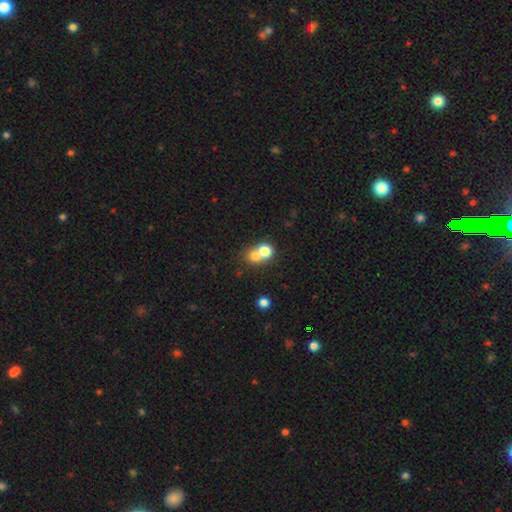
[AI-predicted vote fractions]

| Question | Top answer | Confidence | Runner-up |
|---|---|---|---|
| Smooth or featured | smooth | 73% | featured or disk (15%) |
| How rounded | round | 74% | in between (25%) |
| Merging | merger | 64% | none (28%) |